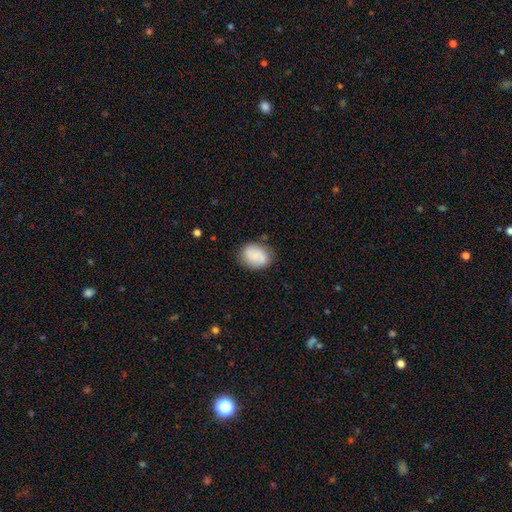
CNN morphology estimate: Smooth or featured? smooth (76%)
How rounded? in between (60%)
Merging? none (76%)